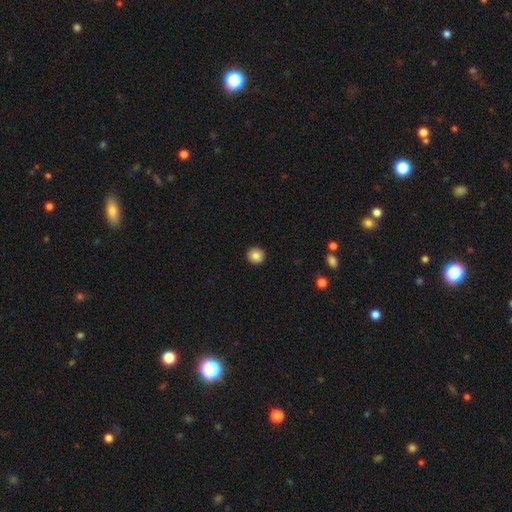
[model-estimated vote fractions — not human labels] A smooth galaxy with no disk features (83%) that is round (95%). Merging: none (93%).